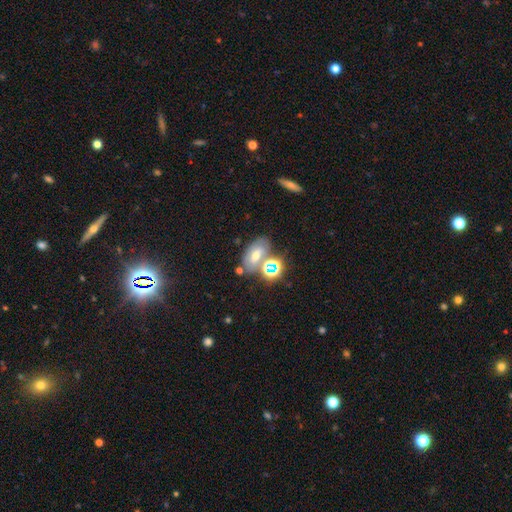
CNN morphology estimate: This is marginally a smooth galaxy (44%). Merging: possibly none (53%).